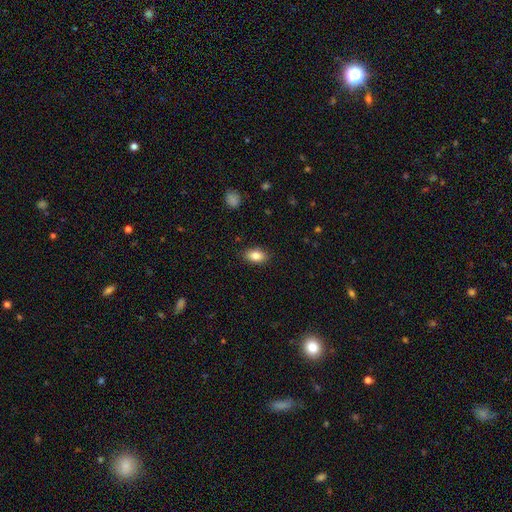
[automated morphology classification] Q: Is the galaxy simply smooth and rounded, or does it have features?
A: smooth — 84%.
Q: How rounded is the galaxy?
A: in between — 89%.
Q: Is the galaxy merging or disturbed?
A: none — 88%.